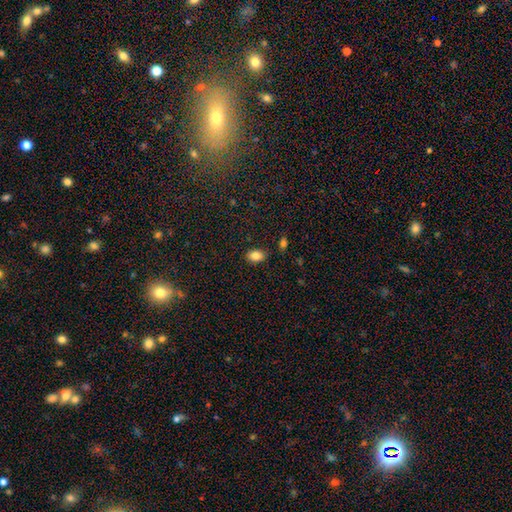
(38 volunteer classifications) This appears to be a smooth galaxy with no disk features (89%) that is in between round and cigar-shaped (94%). Merging: none (89%).